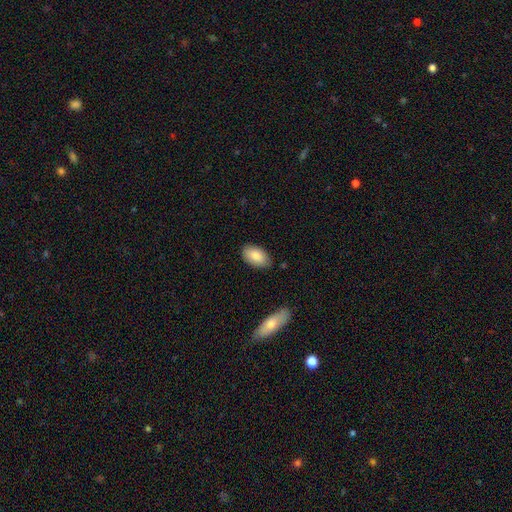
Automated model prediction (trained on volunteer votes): Overall: smooth (84%). How rounded: in between (94%). Merging: none (81%).